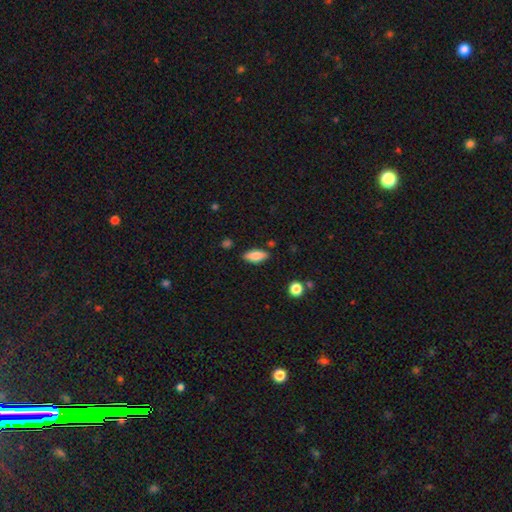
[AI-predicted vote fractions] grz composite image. It shows a smooth galaxy with no disk features (74%) that is in between round and cigar-shaped (75%). Merging: none (83%).